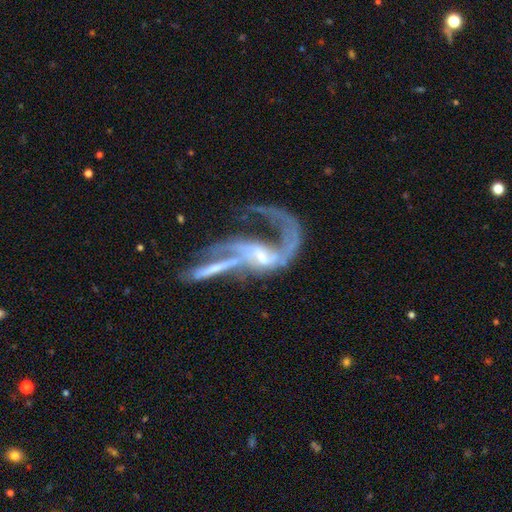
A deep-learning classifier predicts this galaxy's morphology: Smooth or featured? featured or disk (78%)
Edge-on disk? no (90%)
Bar? no (53%)
Spiral arms? yes (71%)
Spiral winding? loose (73%)
Spiral arm count? 2 (40%)
Bulge size? small (47%)
Merging? merger (45%)